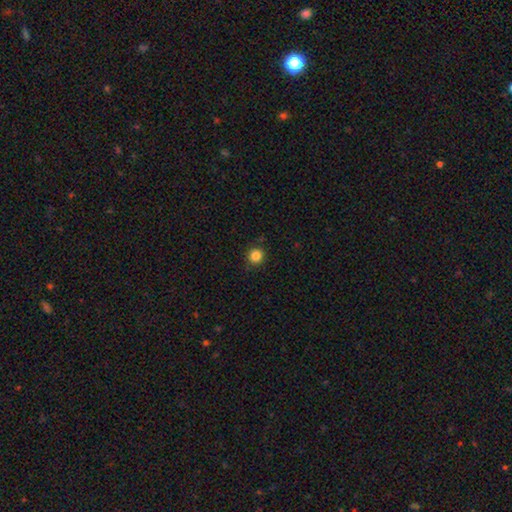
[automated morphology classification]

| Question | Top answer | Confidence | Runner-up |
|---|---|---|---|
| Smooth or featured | smooth | 85% | star or artifact (11%) |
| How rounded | round | 93% | in between (6%) |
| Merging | none | 90% | minor disturbance (7%) |